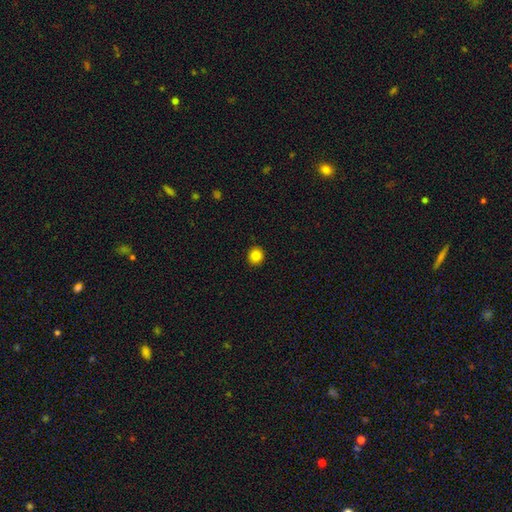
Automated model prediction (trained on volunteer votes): A smooth galaxy with no disk features (84%) that is round (85%). Merging: none (92%).